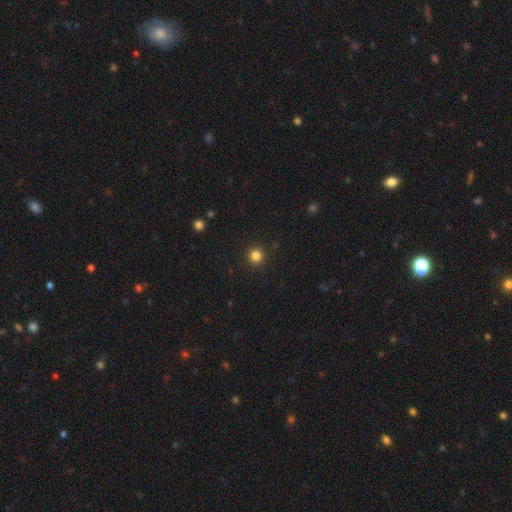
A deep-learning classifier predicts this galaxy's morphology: Smooth or featured? smooth (83%)
How rounded? round (94%)
Merging? none (92%)